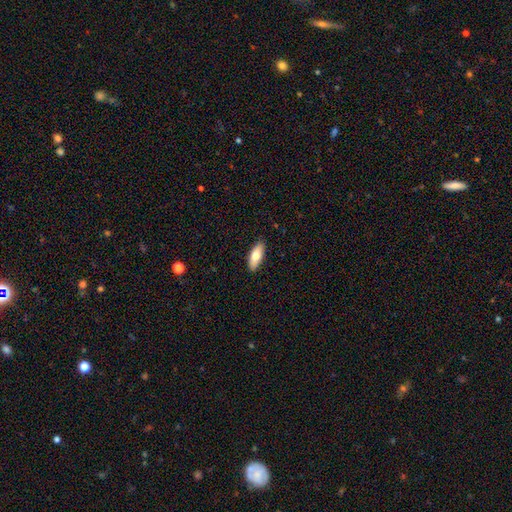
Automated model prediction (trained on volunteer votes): A smooth galaxy with no disk features (74%) that is in between round and cigar-shaped (75%). Merging: none (88%).